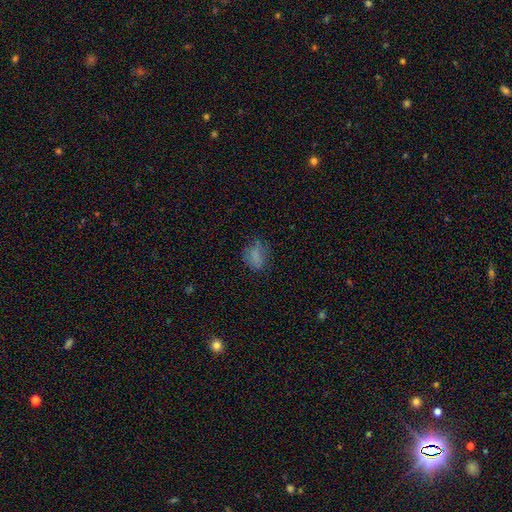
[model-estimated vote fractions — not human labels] smooth_or_featured: smooth (p=0.75) [alt: star or artifact p=0.14]
how_rounded: in between (p=0.57) [alt: round p=0.41]
merging: none (p=0.68) [alt: minor disturbance p=0.21]